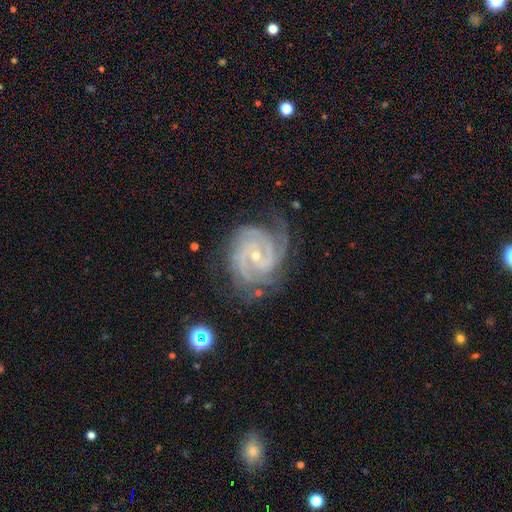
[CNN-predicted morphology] This appears to be a featured or disk galaxy (91%) with no bar (55%), 3 (33%, tied with 2) tight (66%) spiral arms (98%) and a small central bulge (71%). Merging: none (70%).